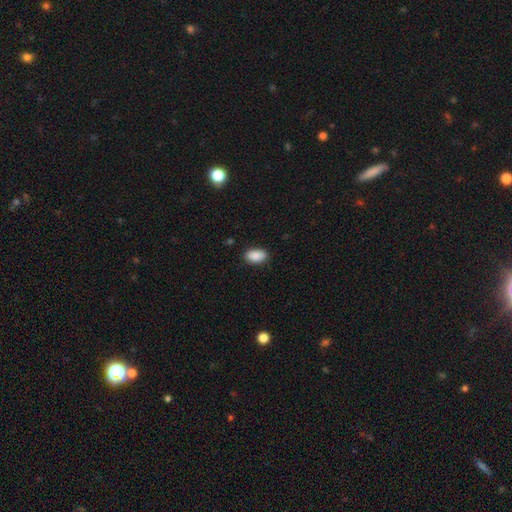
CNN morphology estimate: The model was most divided on "merging": none: 86%, minor disturbance: 10%, major disturbance: 2%, merger: 1%. More confident: how rounded — in between (93%); smooth or featured — smooth (90%).